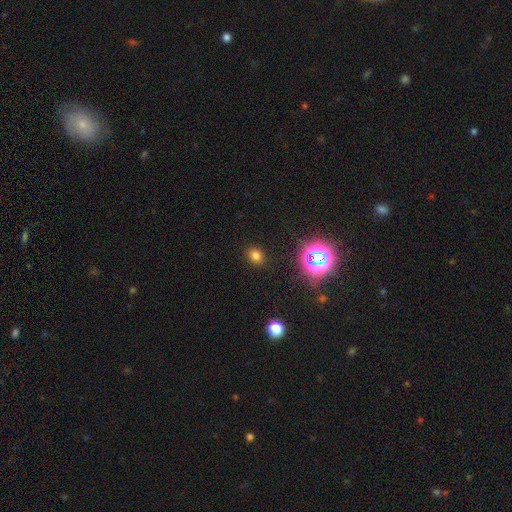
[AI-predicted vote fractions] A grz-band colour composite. It shows a smooth galaxy with no disk features (71%) that is round (51%). Merging: none (88%).